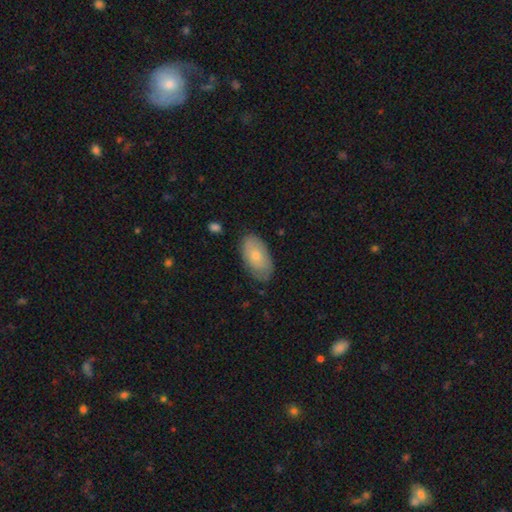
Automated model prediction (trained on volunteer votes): This appears to be a smooth galaxy with no disk features (69%) that is in between round and cigar-shaped (94%). Merging: none (76%).